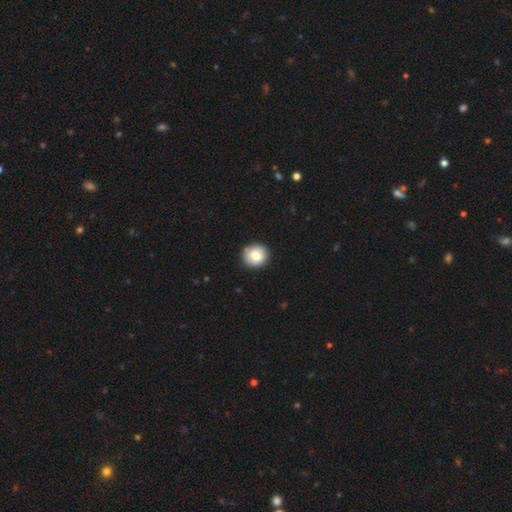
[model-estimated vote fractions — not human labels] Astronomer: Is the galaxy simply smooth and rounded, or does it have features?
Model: smooth — 80%.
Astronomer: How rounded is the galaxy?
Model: round — 85%.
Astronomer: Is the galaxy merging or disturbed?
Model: none — 84%.